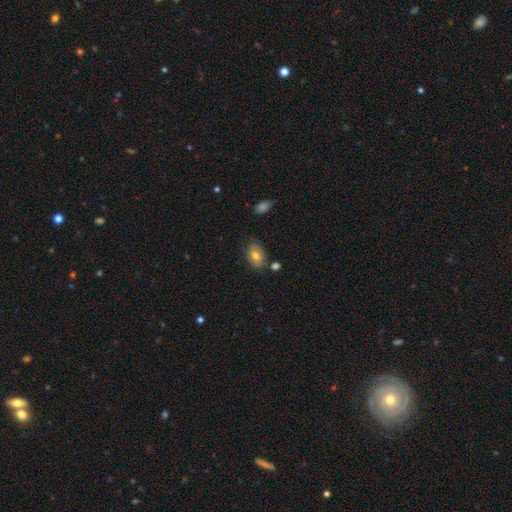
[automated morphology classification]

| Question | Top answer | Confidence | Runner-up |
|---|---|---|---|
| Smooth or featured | smooth | 73% | featured or disk (19%) |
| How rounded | in between | 82% | round (16%) |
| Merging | none | 72% | minor disturbance (17%) |